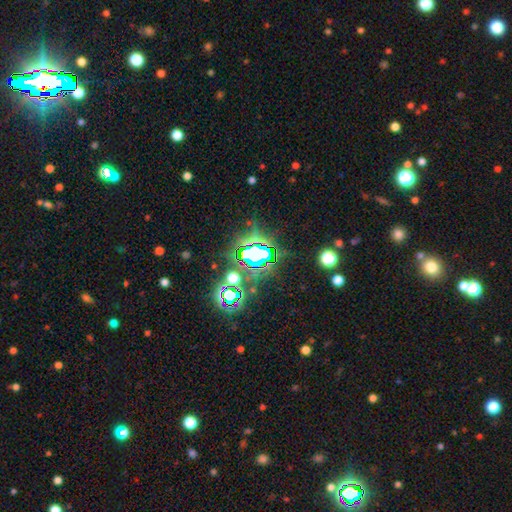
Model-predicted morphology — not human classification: Q: Smooth or featured?
A: star or artifact (75%); runner-up: smooth (15%)